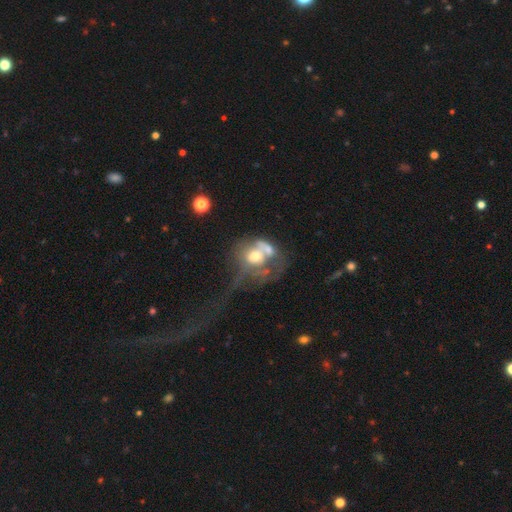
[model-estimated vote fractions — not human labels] Smooth or featured? featured or disk (49%)
Merging? merger (43%)